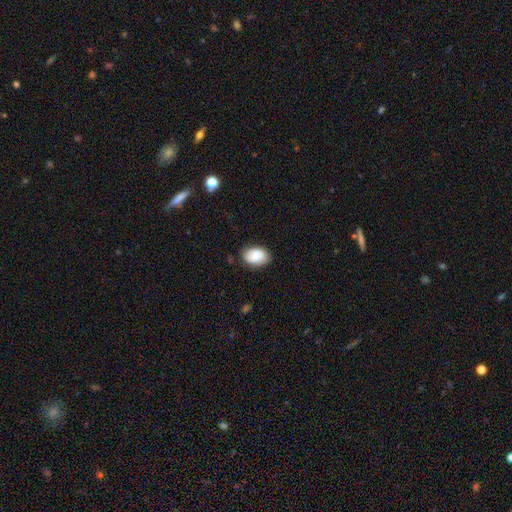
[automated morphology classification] smooth-or-featured: smooth: 82% | featured or disk: 11% | star or artifact: 7%
  how-rounded: in between: 87% | round: 12% | cigar-shaped: 1%
  merging: none: 79% | minor disturbance: 16% | major disturbance: 3% | merger: 1%